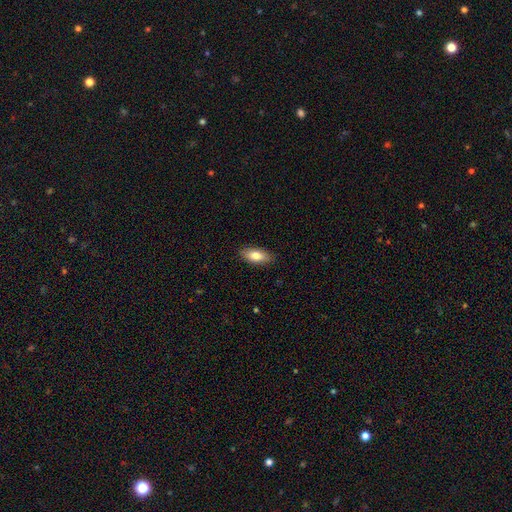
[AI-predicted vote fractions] Morphology: type=smooth (79%); roundness=in between (83%); merging=none (88%).